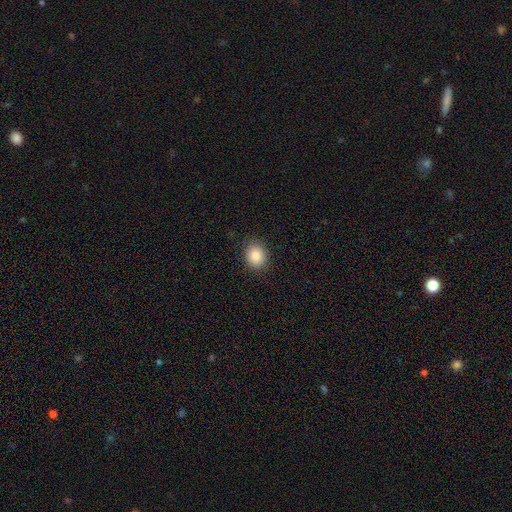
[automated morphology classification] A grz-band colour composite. It shows a smooth galaxy with no disk features (87%) that is round (54%). Merging: none (87%).